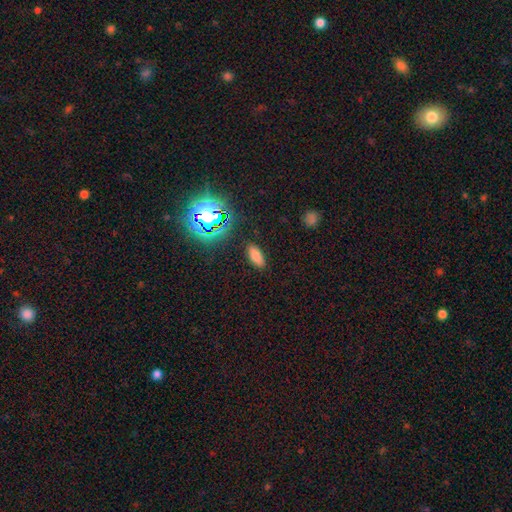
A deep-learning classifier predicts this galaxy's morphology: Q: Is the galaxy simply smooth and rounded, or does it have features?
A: smooth — 76%.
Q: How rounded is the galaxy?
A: in between — 83%.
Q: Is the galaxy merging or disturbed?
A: none — 88%.